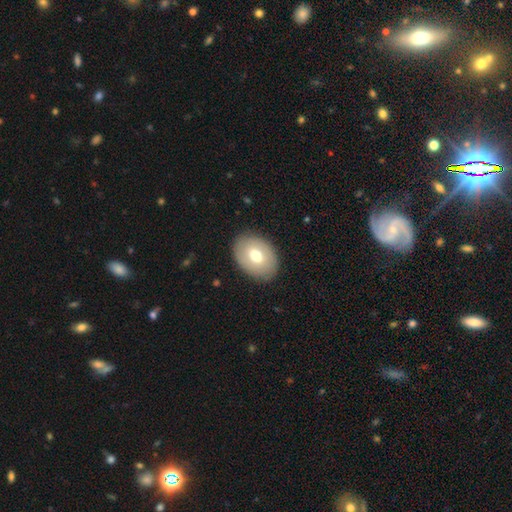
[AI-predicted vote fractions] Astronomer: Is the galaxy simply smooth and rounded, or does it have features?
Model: smooth — 68%.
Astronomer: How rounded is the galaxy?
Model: in between — 74%.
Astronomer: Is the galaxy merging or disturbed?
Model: none — 86%.